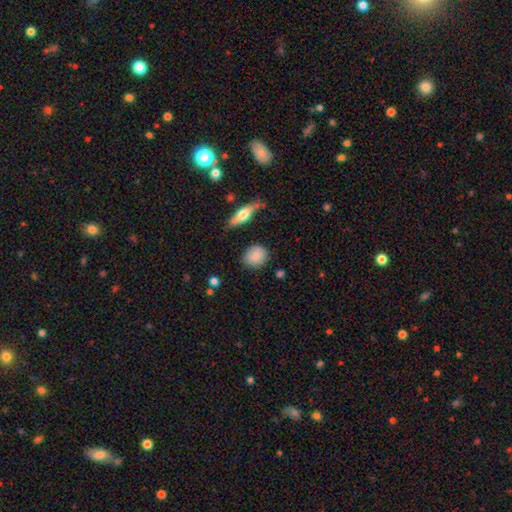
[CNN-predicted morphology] Smooth or featured? Predicted: smooth (p=0.85). How rounded? Predicted: round (p=0.77). Merging? Predicted: none (p=0.81).